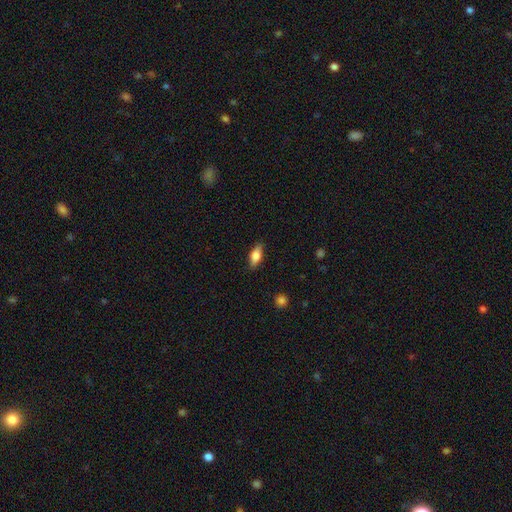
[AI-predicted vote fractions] Smooth or featured? Predicted: smooth (p=0.71). How rounded? Predicted: in between (p=0.77). Merging? Predicted: none (p=0.85).